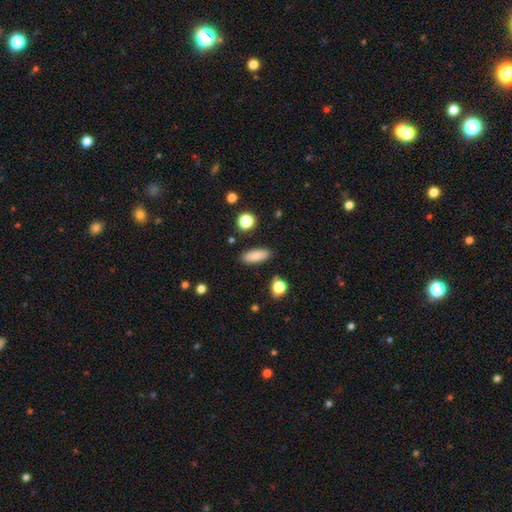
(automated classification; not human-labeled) A smooth galaxy with no disk features (84%) that is in between round and cigar-shaped (72%). Merging: none (88%).